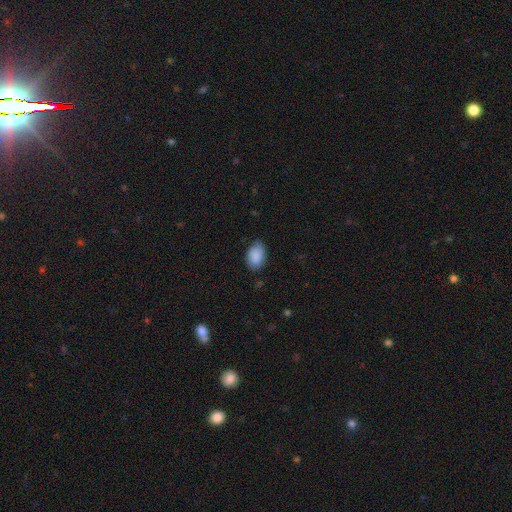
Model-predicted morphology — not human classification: Q: Smooth or featured?
A: smooth (88%); runner-up: star or artifact (6%)
Q: How rounded?
A: in between (89%); runner-up: round (10%)
Q: Merging?
A: none (75%); runner-up: minor disturbance (20%)